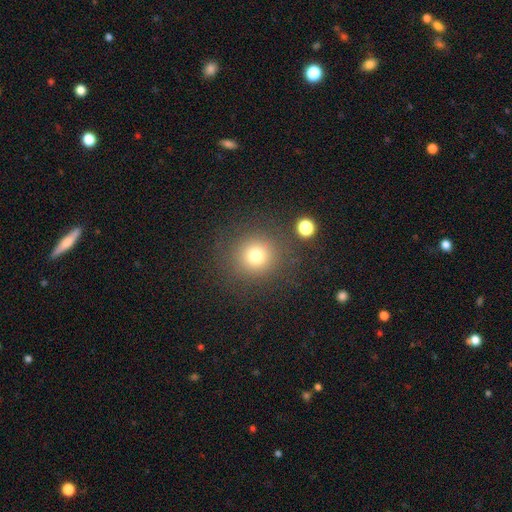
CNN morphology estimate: Smooth or featured?
  - smooth: 75% *
  - star or artifact: 16%
  - featured or disk: 9%
How rounded?
  - round: 92% *
  - in between: 7%
  - cigar-shaped: 1%
Merging?
  - none: 83% *
  - minor disturbance: 8%
  - major disturbance: 5%
  - merger: 4%